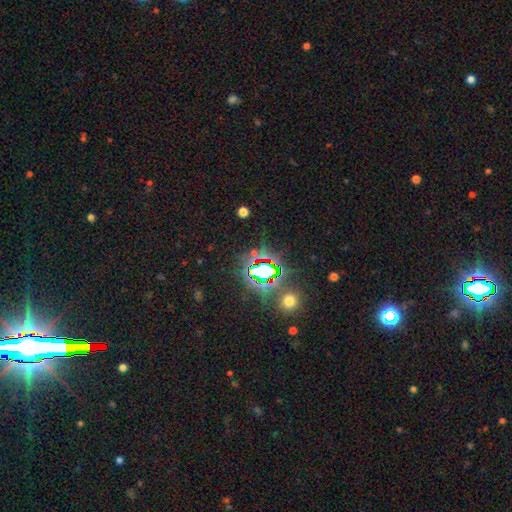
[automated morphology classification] A star or artifact, not a galaxy (78%).

Vote fractions:
- Smooth or featured? star or artifact: 78% / smooth: 14% / featured or disk: 8%